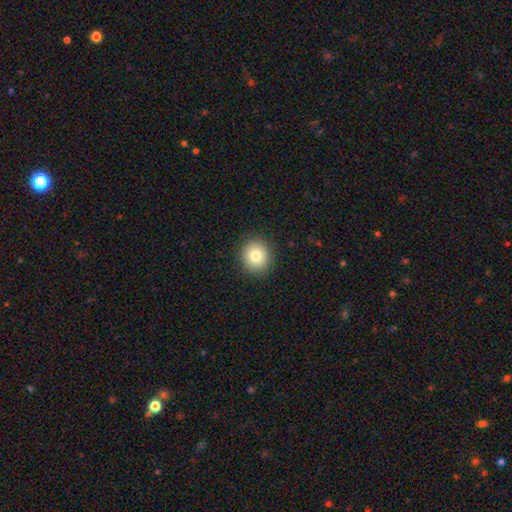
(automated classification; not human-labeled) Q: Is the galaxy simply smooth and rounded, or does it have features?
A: smooth — 81%.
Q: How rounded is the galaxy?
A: round — 85%.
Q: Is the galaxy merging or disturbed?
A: none — 91%.